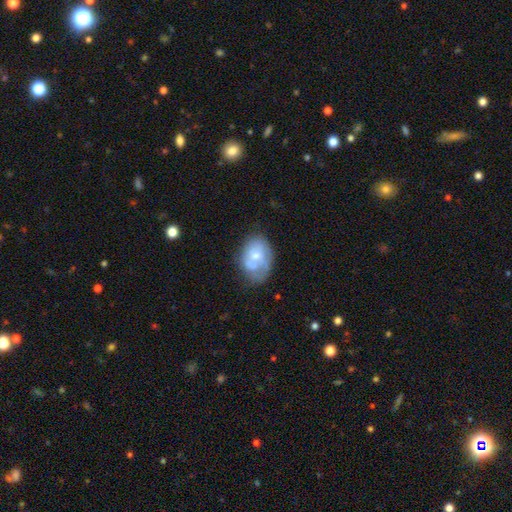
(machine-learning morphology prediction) smooth_or_featured: featured or disk (p=0.53) [alt: smooth p=0.40]
disk_edge_on: no (p=0.97) [alt: yes p=0.03]
bar: no (p=0.78) [alt: weak p=0.19]
has_spiral_arms: yes (p=0.55) [alt: no p=0.45]
bulge_size: small (p=0.47) [tied with: moderate p=0.47]
merging: none (p=0.46) [alt: minor disturbance p=0.30]